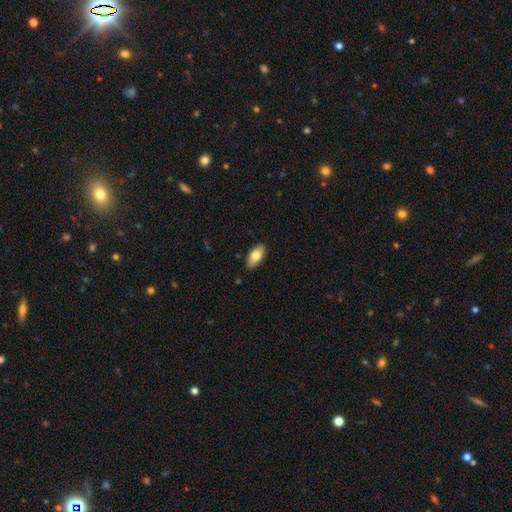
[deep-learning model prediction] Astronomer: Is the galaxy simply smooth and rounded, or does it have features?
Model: smooth — 75%.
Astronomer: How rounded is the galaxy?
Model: in between — 90%.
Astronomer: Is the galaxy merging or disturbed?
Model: none — 86%.